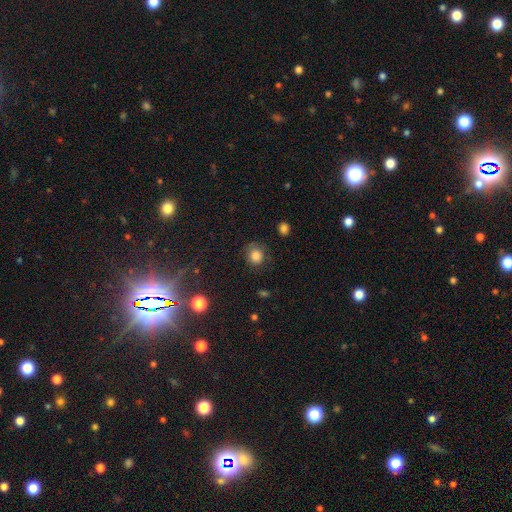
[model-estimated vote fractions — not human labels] smooth 81%, star or artifact 11%, featured or disk 8%. Down the decision tree: how rounded — round (78%); merging — none (70%).